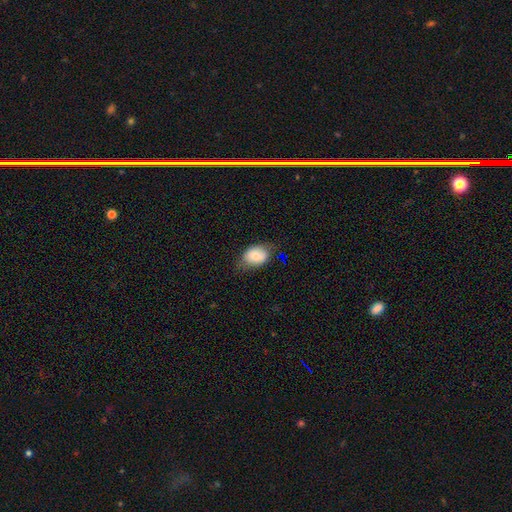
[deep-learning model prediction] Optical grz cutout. It shows a smooth galaxy with no disk features (81%) that is in between round and cigar-shaped (74%). Merging: none (62%).